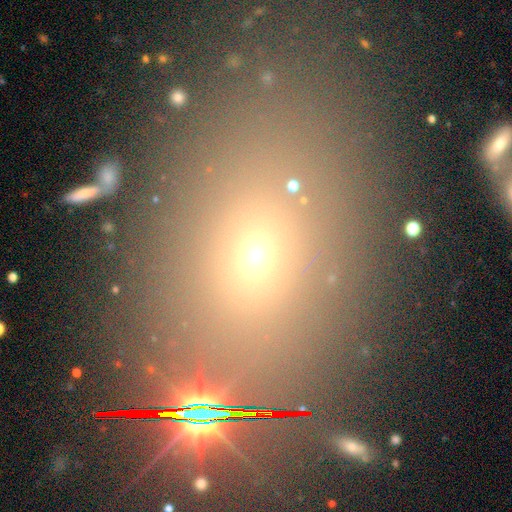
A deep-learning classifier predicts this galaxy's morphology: This is possibly a smooth galaxy (52%). How rounded: likely in between (68%). Merging: likely none (78%).